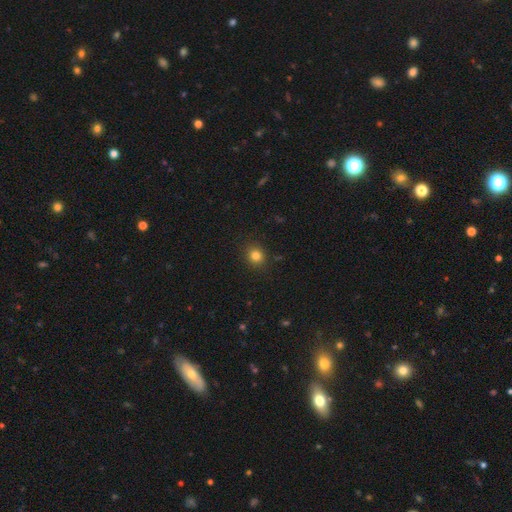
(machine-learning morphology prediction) This appears to be a smooth galaxy with no disk features (82%) that is round (79%). Merging: none (88%).